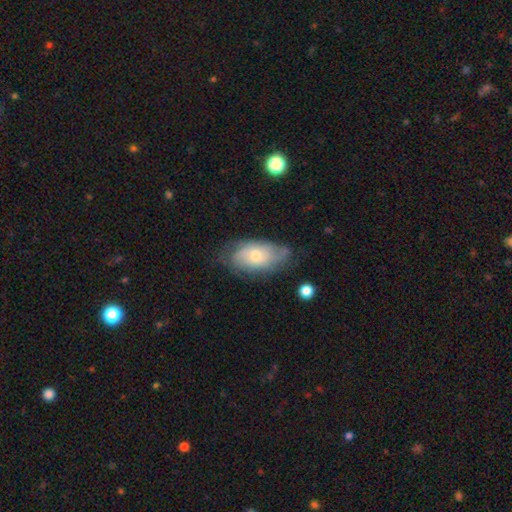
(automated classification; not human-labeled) This is possibly a featured or disk galaxy (58%). It is clearly not viewed edge-on (92%). Bar: likely no (76%). Spiral arm pattern: likely yes (80%). Central bulge: possibly moderate (55%). Merging: likely none (61%).